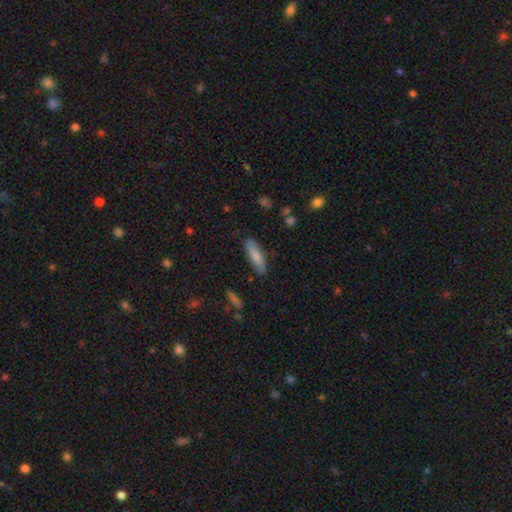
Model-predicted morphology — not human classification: The model was most divided on "how rounded": cigar-shaped: 58%, in between: 41%, round: 2%. More confident: merging — none (80%); smooth or featured — smooth (77%).